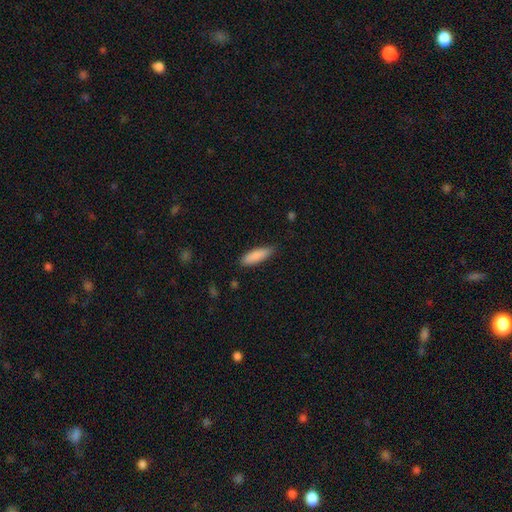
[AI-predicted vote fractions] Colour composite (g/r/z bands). It shows a smooth galaxy with no disk features (88%) that is cigar-shaped (51%). Merging: none (84%).